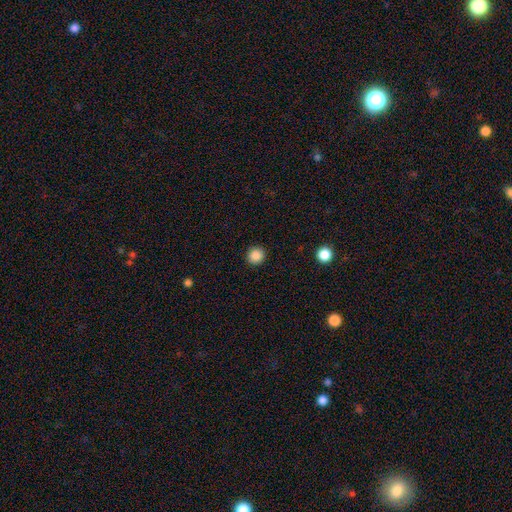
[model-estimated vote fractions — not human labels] Q: Smooth or featured?
A: smooth (87%); runner-up: star or artifact (10%)
Q: How rounded?
A: round (93%); runner-up: in between (6%)
Q: Merging?
A: none (92%); runner-up: minor disturbance (6%)